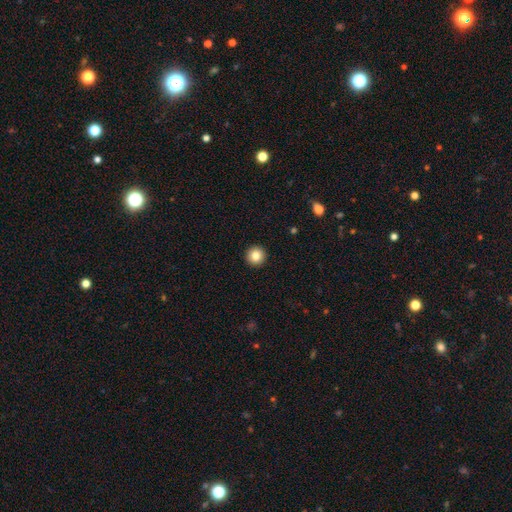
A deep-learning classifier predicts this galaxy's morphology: A smooth galaxy with no disk features (84%) that is round (96%). Merging: none (94%).